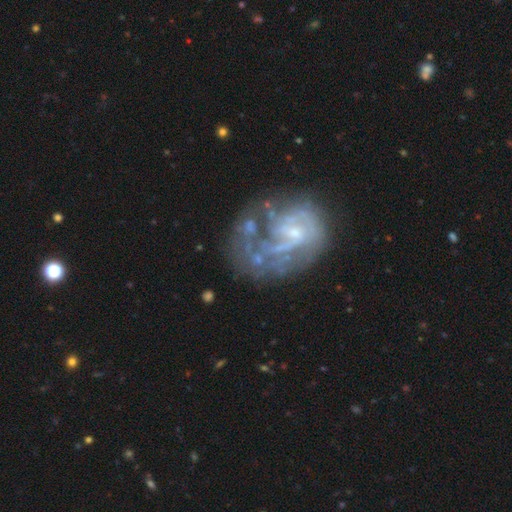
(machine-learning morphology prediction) Smooth or featured: featured or disk — 77% (smooth — 13%)
Edge-on disk: no — 98% (yes — 2%)
Bar: no — 57% (weak — 36%)
Spiral arms: yes — 72% (no — 28%)
Spiral winding: medium — 37% (tight — 34%)
Spiral arm count: can't tell — 34% (1 — 25%)
Bulge size: small — 59% (none — 21%)
Merging: none — 40% (major disturbance — 33%)